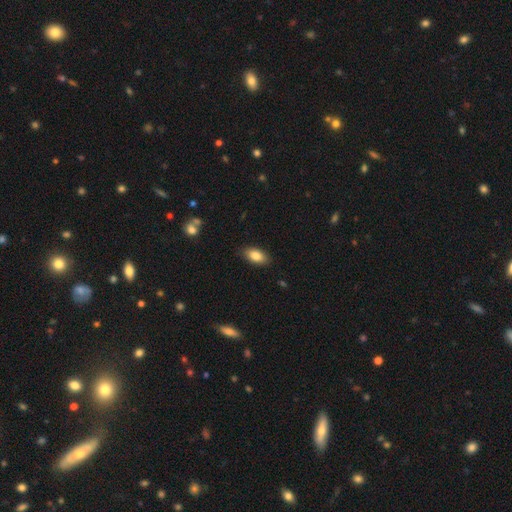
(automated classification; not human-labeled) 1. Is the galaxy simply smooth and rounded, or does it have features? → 84% smooth, 8% featured or disk, 7% star or artifact.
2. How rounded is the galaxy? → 91% in between, 5% round, 4% cigar-shaped.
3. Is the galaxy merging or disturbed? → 86% none, 10% minor disturbance, 2% major disturbance, 1% merger.